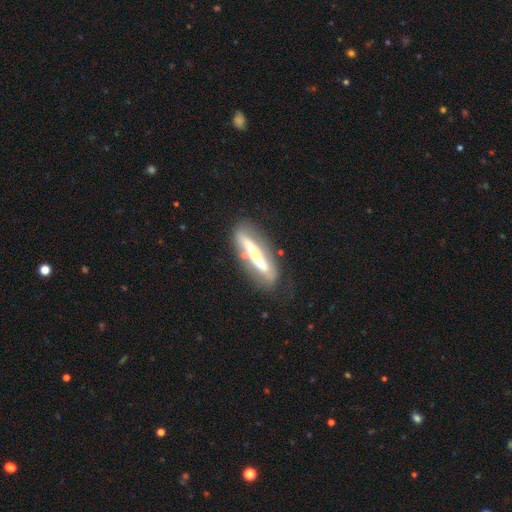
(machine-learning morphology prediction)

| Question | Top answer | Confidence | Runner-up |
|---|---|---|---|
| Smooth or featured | featured or disk | 59% | smooth (34%) |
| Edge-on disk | yes | 58% | no (42%) |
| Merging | none | 66% | minor disturbance (20%) |